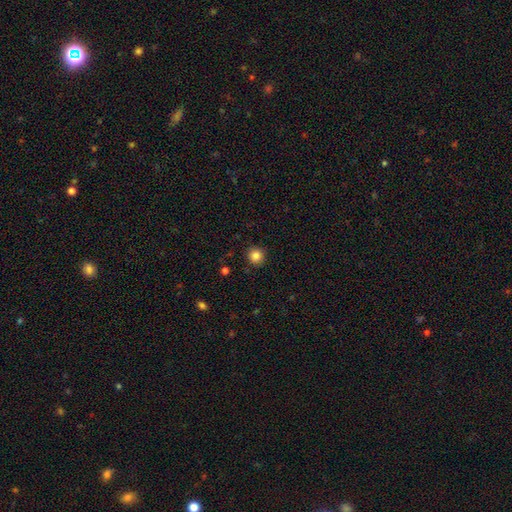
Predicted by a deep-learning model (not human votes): Smooth or featured? Predicted: smooth (p=0.84). How rounded? Predicted: round (p=0.92). Merging? Predicted: none (p=0.91).